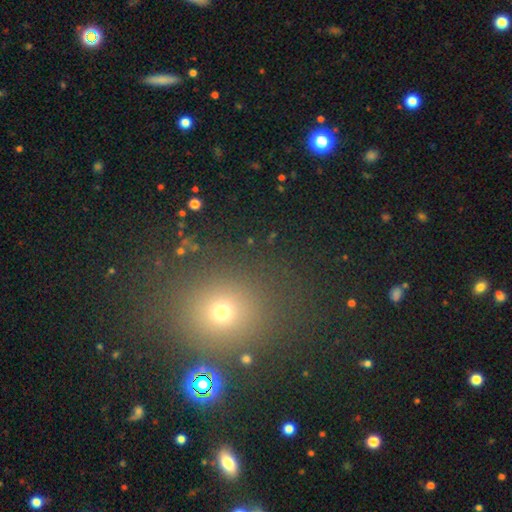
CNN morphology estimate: smooth_or_featured: smooth (p=0.56) [alt: star or artifact p=0.36]
how_rounded: round (p=0.76) [alt: in between p=0.23]
merging: none (p=0.86) [alt: minor disturbance p=0.07]